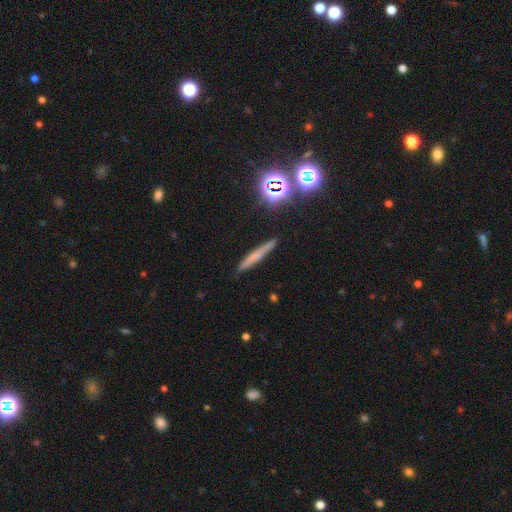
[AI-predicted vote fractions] Smooth or featured? Predicted: smooth (p=0.50). Merging? Predicted: none (p=0.88).